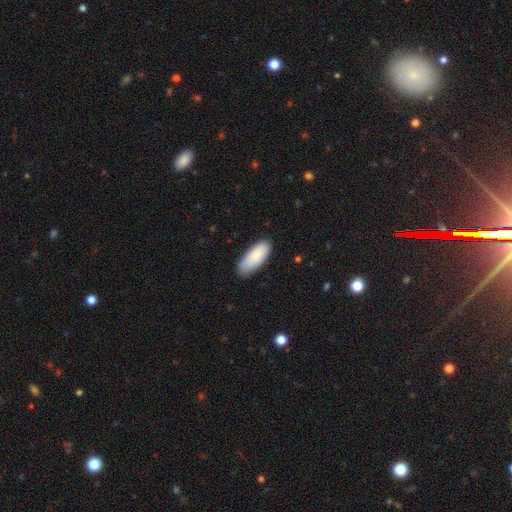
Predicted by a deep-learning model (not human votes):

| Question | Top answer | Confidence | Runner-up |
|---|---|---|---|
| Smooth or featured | smooth | 84% | featured or disk (11%) |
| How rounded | in between | 80% | cigar-shaped (18%) |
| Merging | none | 77% | minor disturbance (19%) |